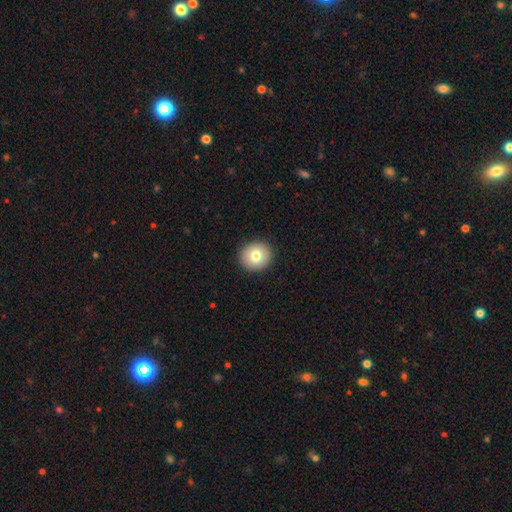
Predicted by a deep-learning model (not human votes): Q: Smooth or featured?
A: smooth (78%); runner-up: featured or disk (13%)
Q: How rounded?
A: round (88%); runner-up: in between (11%)
Q: Merging?
A: none (92%); runner-up: minor disturbance (5%)